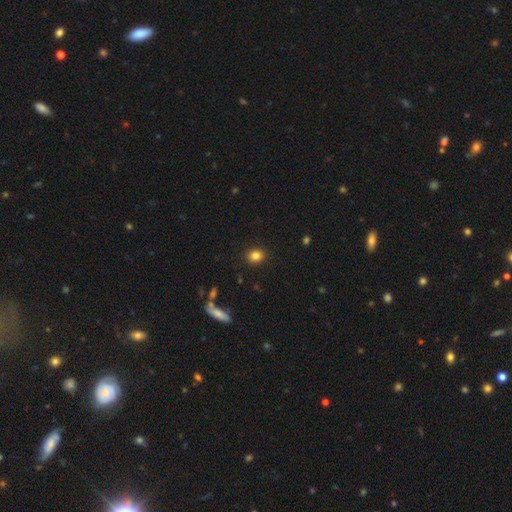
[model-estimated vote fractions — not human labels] Morphology: type=smooth (84%); roundness=round (55%); merging=none (89%).